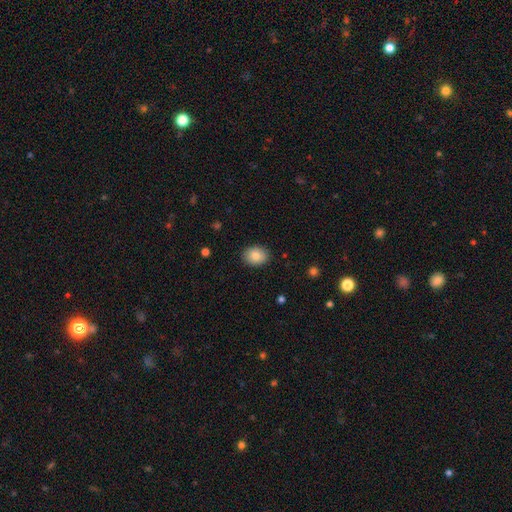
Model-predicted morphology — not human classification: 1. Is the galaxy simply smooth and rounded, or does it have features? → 85% smooth, 8% star or artifact, 8% featured or disk.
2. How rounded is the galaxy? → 62% in between, 38% round, 1% cigar-shaped.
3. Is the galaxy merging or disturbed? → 89% none, 8% minor disturbance, 2% major disturbance, 1% merger.